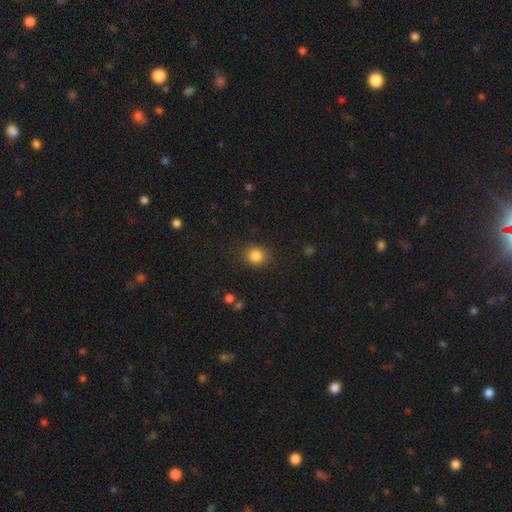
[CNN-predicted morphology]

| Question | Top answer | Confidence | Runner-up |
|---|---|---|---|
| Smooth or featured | smooth | 85% | star or artifact (11%) |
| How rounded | round | 81% | in between (18%) |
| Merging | none | 85% | minor disturbance (10%) |